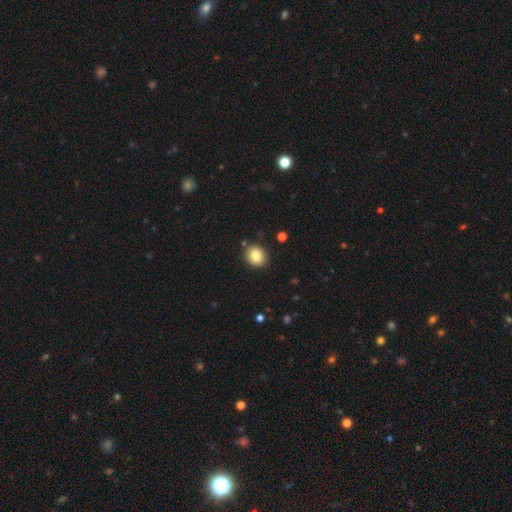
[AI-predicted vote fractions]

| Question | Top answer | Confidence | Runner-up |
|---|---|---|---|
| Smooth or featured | smooth | 83% | star or artifact (10%) |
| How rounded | round | 81% | in between (19%) |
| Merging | none | 88% | minor disturbance (7%) |